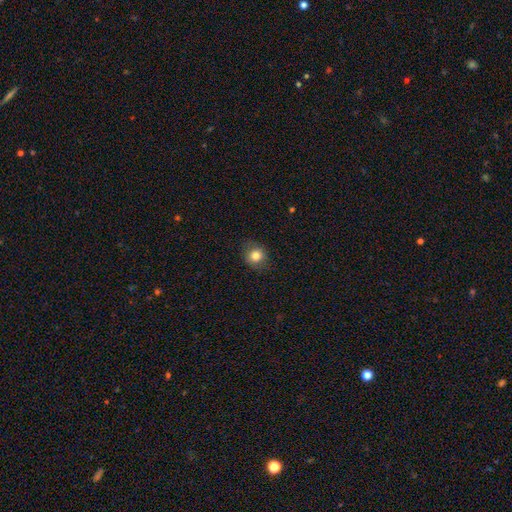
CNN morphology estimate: A smooth galaxy with no disk features (81%) that is round (80%).

Vote fractions:
- Smooth or featured? smooth: 81% / star or artifact: 11% / featured or disk: 9%
- How rounded? round: 80% / in between: 19% / cigar-shaped: 1%
- Merging? none: 83% / minor disturbance: 12% / major disturbance: 4% / merger: 1%